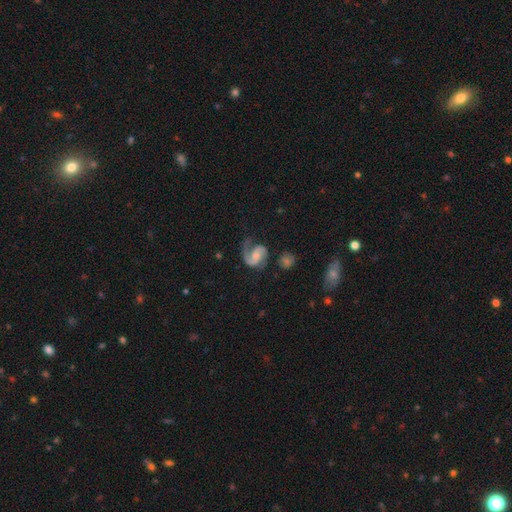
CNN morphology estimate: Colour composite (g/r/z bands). It shows a featured or disk galaxy (88%) with no bar (49%), 2 (81%) medium (56%) spiral arms (98%) and a small central bulge (40%). Merging: none (61%).